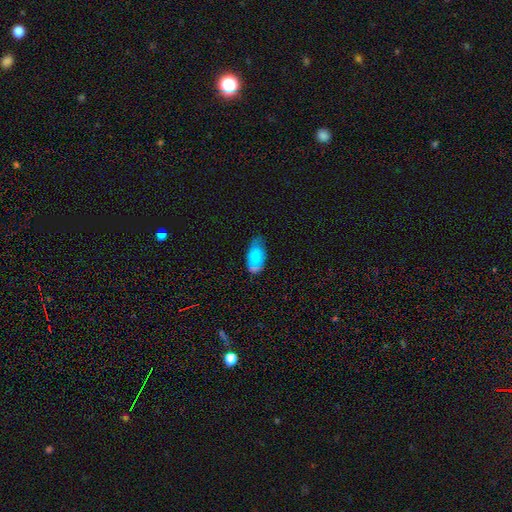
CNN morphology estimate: Q: Smooth or featured?
A: smooth (74%); runner-up: featured or disk (18%)
Q: How rounded?
A: in between (92%); runner-up: cigar-shaped (4%)
Q: Merging?
A: none (43%); runner-up: minor disturbance (34%)